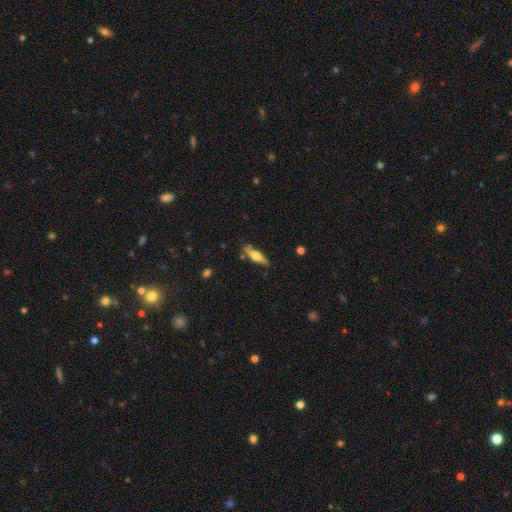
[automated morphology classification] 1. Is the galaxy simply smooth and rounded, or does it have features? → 50% featured or disk, 44% smooth, 6% star or artifact.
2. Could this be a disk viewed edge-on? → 90% yes, 10% no.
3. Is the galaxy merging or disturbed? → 78% none, 15% minor disturbance, 4% merger, 3% major disturbance.